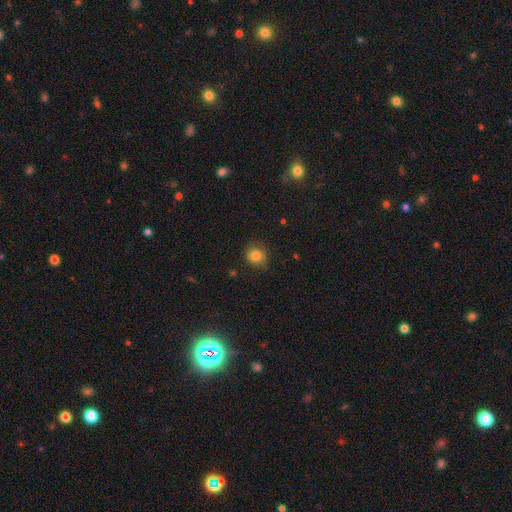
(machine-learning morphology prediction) Smooth or featured? smooth (83%)
How rounded? round (81%)
Merging? none (78%)